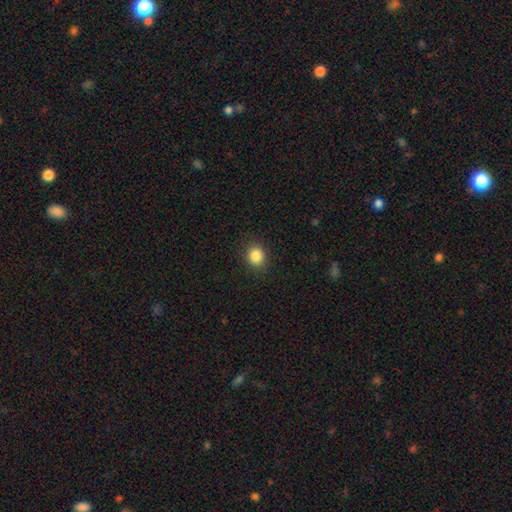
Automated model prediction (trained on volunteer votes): Smooth or featured? smooth (85%)
How rounded? round (75%)
Merging? none (89%)